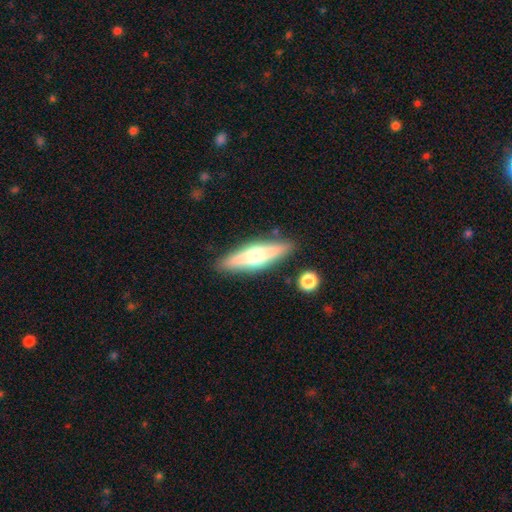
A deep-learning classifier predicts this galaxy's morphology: Q: Smooth or featured?
A: featured or disk (52%); runner-up: smooth (42%)
Q: Edge-on disk?
A: yes (91%); runner-up: no (9%)
Q: Merging?
A: none (86%); runner-up: minor disturbance (9%)